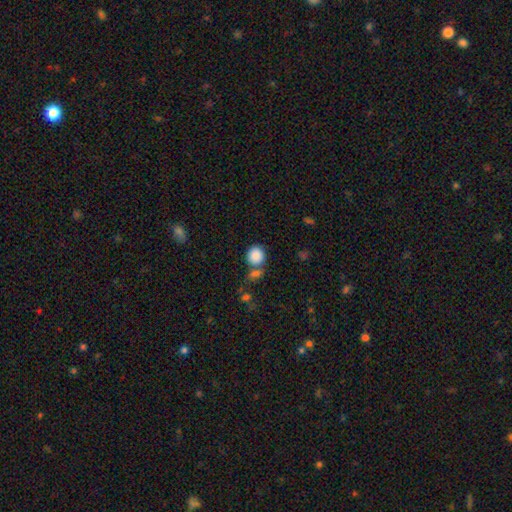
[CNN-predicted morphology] Smooth or featured? Predicted: smooth (p=0.87). How rounded? Predicted: round (p=0.84). Merging? Predicted: none (p=0.59).